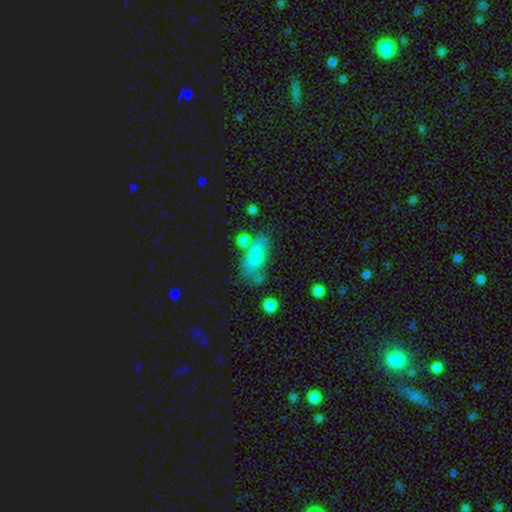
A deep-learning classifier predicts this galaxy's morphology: A smooth galaxy with no disk features (68%) that is in between round and cigar-shaped (87%). Merging: none (54%).